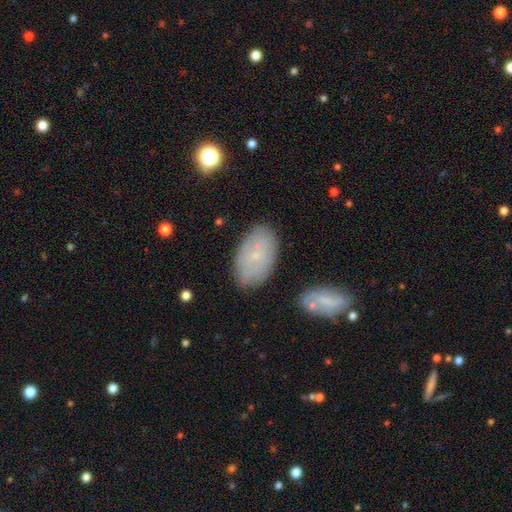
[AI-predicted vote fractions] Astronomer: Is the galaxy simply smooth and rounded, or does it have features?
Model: smooth — 64%.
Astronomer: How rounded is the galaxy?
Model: in between — 93%.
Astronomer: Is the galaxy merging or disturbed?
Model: none — 81%.